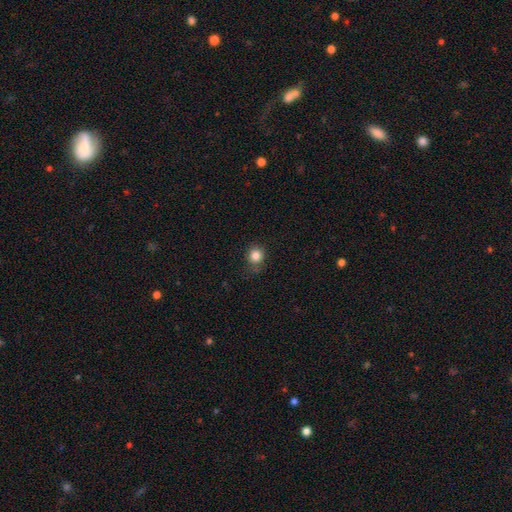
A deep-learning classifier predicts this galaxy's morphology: A smooth galaxy with no disk features (83%) that is round (87%). Merging: none (76%).